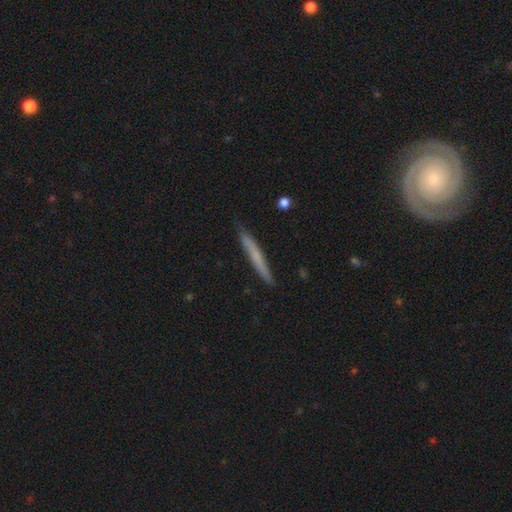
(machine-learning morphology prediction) Overall: smooth (54%; featured or disk 39%). How rounded: cigar-shaped (96%). Merging: none (88%).